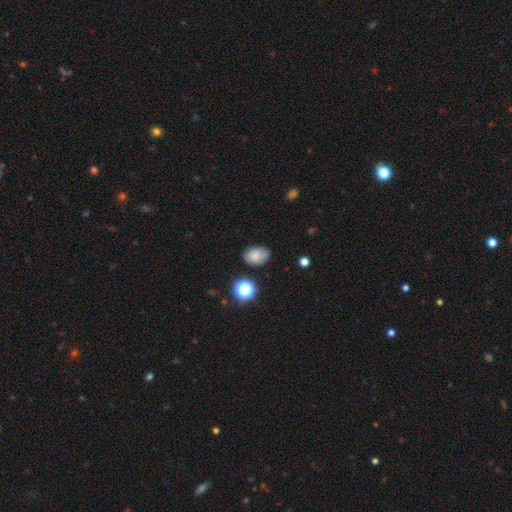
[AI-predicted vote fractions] smooth-or-featured: smooth: 76% | star or artifact: 12% | featured or disk: 12%
  how-rounded: in between: 72% | round: 27% | cigar-shaped: 1%
  merging: none: 70% | minor disturbance: 22% | major disturbance: 5% | merger: 3%